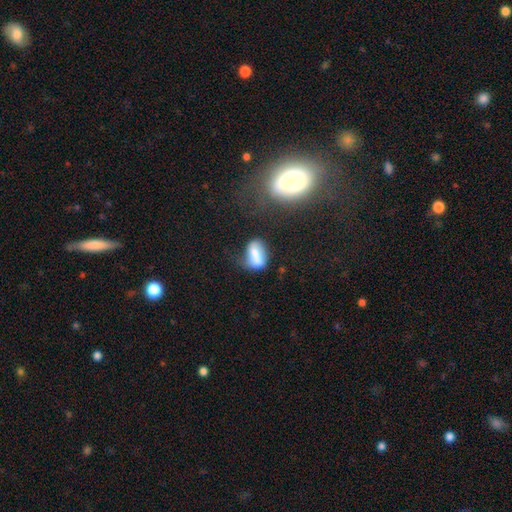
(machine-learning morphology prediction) The model was most divided on "merging": none: 43%, minor disturbance: 29%, major disturbance: 16%, merger: 12%. More confident: how rounded — in between (77%); smooth or featured — smooth (68%).